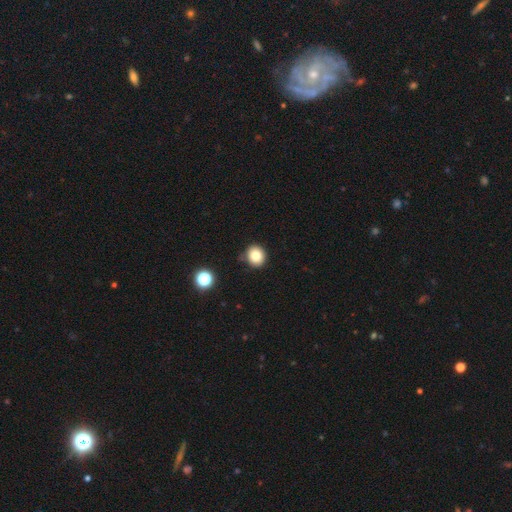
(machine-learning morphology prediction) Smooth or featured? smooth (81%)
How rounded? round (79%)
Merging? none (83%)